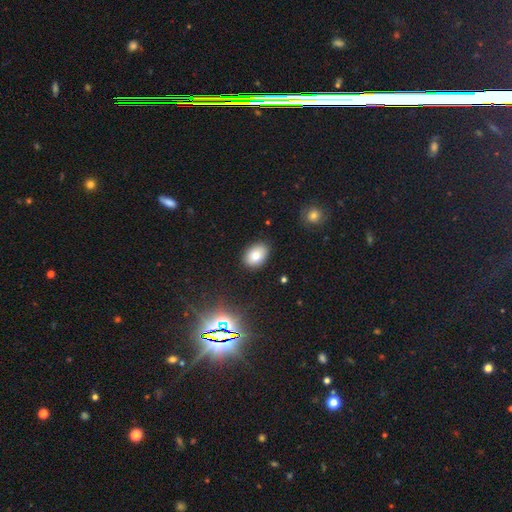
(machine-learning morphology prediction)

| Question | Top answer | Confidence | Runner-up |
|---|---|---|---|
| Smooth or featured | smooth | 79% | star or artifact (11%) |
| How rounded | in between | 78% | round (21%) |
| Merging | none | 88% | minor disturbance (9%) |